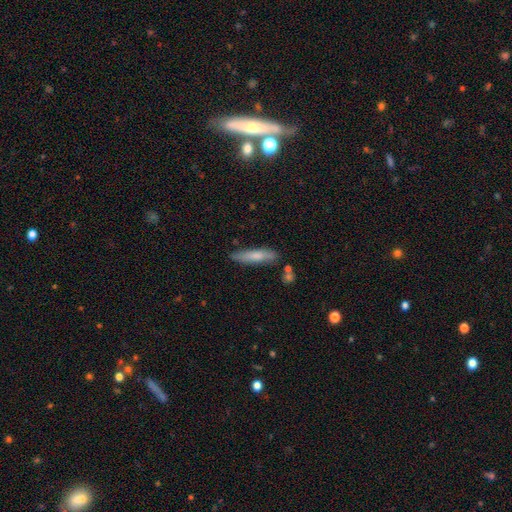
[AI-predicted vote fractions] Smooth or featured? smooth (71%)
How rounded? cigar-shaped (80%)
Merging? none (79%)